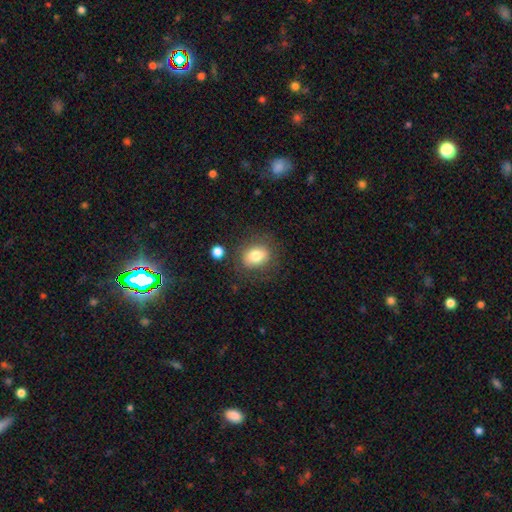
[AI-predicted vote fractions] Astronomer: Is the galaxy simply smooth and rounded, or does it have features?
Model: smooth — 78%.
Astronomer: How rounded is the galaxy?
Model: round — 53% (runner-up: in between, 46%).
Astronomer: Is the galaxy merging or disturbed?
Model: none — 77%.